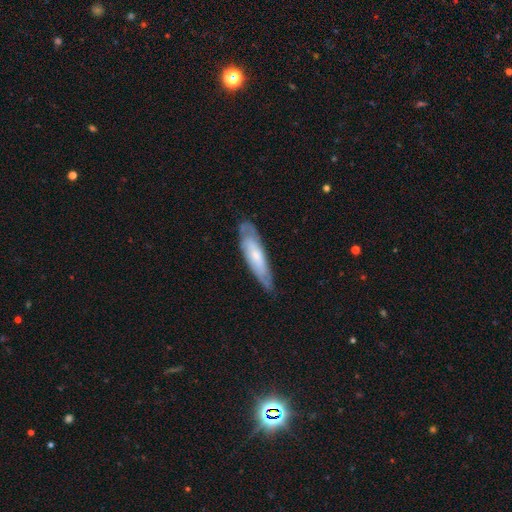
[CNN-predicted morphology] Smooth or featured? featured or disk (49%)
Merging? none (72%)